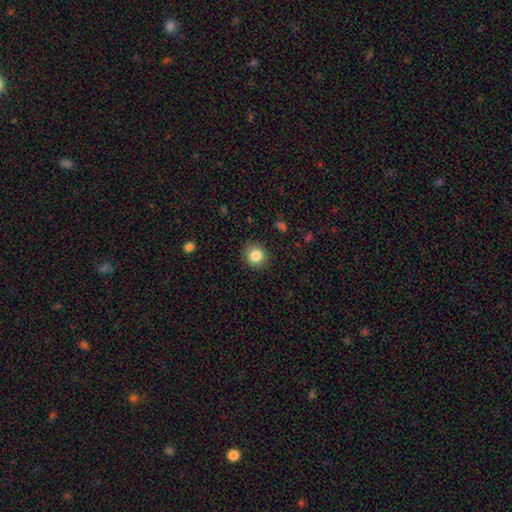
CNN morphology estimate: smooth 85%, star or artifact 10%, featured or disk 5%. Down the decision tree: how rounded — round (85%); merging — none (88%).